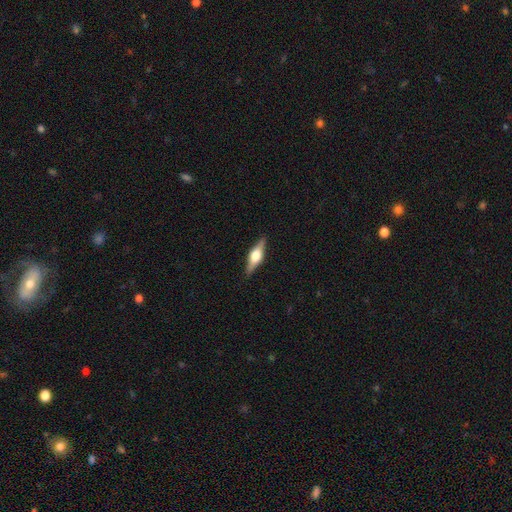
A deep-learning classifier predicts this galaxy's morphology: featured or disk 71%, smooth 23%, star or artifact 6%. Down the decision tree: edge-on disk — yes (97%); edge-on bulge — rounded (92%); merging — none (89%).